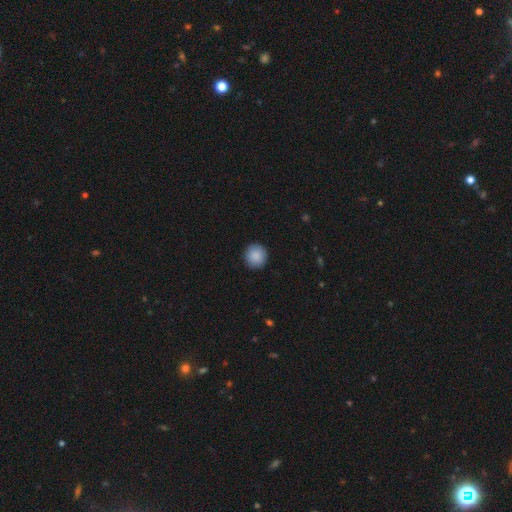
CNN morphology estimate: Smooth or featured: smooth — 89% (star or artifact — 7%)
How rounded: round — 94% (in between — 5%)
Merging: none — 91% (minor disturbance — 6%)